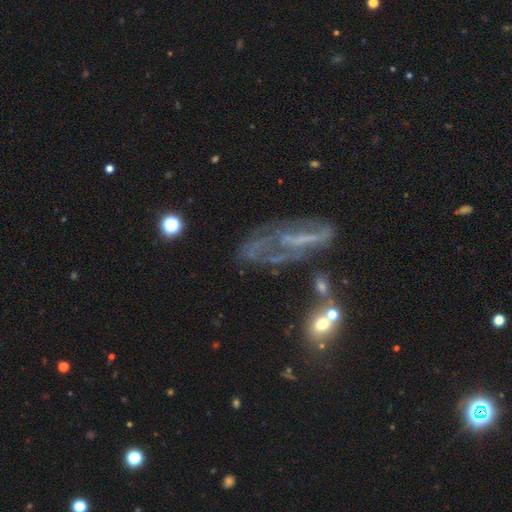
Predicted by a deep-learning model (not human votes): Q: Smooth or featured?
A: featured or disk (60%); runner-up: star or artifact (21%)
Q: Edge-on disk?
A: no (81%); runner-up: yes (19%)
Q: Merging?
A: none (43%); runner-up: major disturbance (24%)